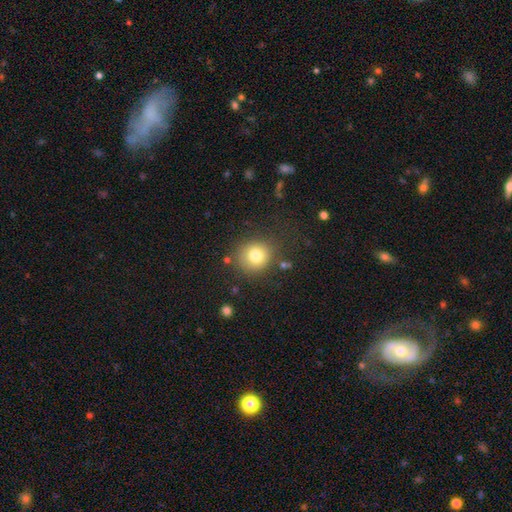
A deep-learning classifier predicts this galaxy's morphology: Smooth or featured? smooth (78%)
How rounded? round (86%)
Merging? none (80%)